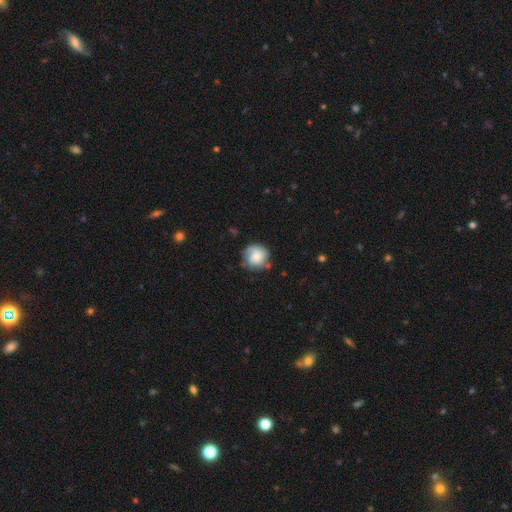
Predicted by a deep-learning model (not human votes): Q: Smooth or featured?
A: smooth (55%); runner-up: featured or disk (37%)
Q: How rounded?
A: round (86%); runner-up: in between (13%)
Q: Merging?
A: none (64%); runner-up: minor disturbance (24%)